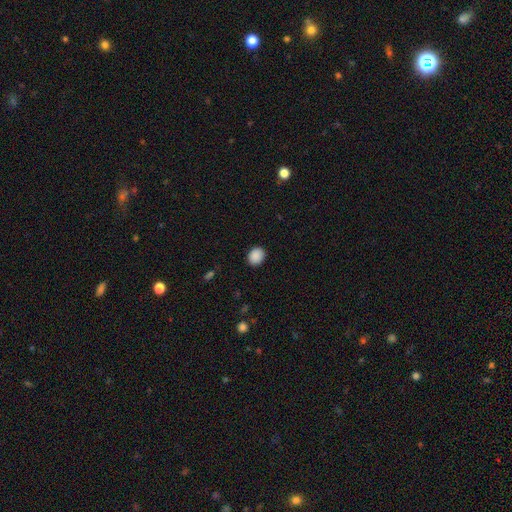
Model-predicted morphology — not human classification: The model was most divided on "how rounded": round: 60%, in between: 39%, cigar-shaped: 1%. More confident: merging — none (90%); smooth or featured — smooth (89%).